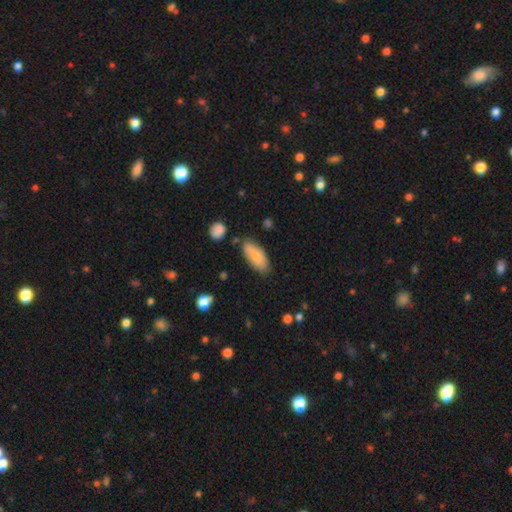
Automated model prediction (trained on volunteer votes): A smooth galaxy with no disk features (80%) that is in between round and cigar-shaped (86%). Merging: none (72%).